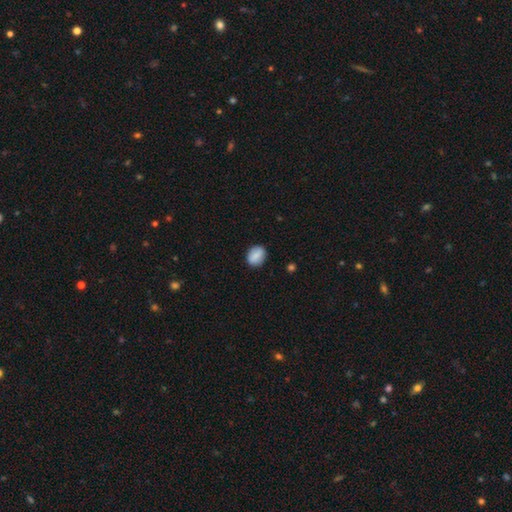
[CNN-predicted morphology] smooth_or_featured: smooth (p=0.83) [alt: featured or disk p=0.10]
how_rounded: in between (p=0.55) [alt: round p=0.43]
merging: none (p=0.85) [alt: minor disturbance p=0.11]